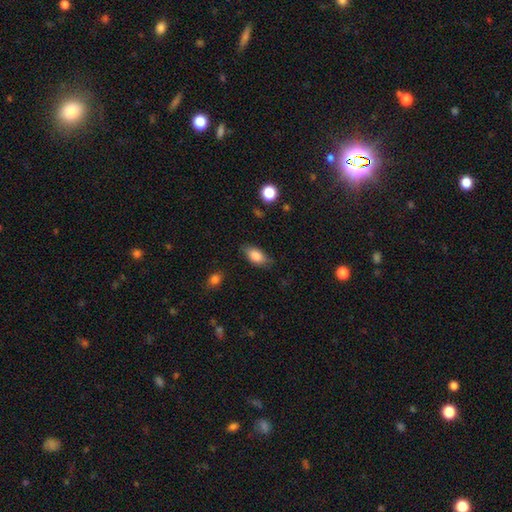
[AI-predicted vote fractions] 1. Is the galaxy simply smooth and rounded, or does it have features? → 83% smooth, 10% featured or disk, 7% star or artifact.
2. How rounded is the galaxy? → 89% in between, 6% cigar-shaped, 5% round.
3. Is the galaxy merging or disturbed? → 76% none, 19% minor disturbance, 4% major disturbance, 1% merger.